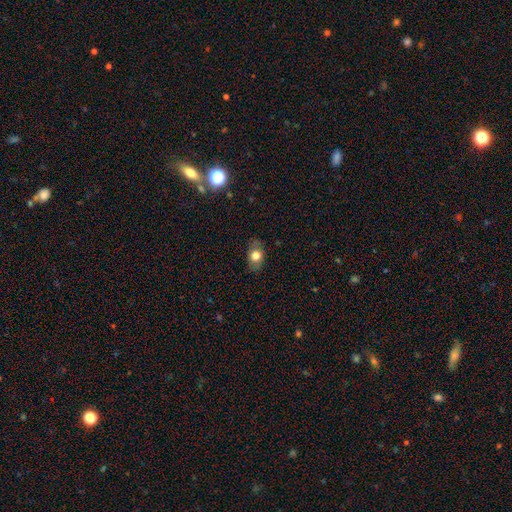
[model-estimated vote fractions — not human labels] A smooth galaxy with no disk features (70%) that is in between round and cigar-shaped (76%). Merging: none (80%).